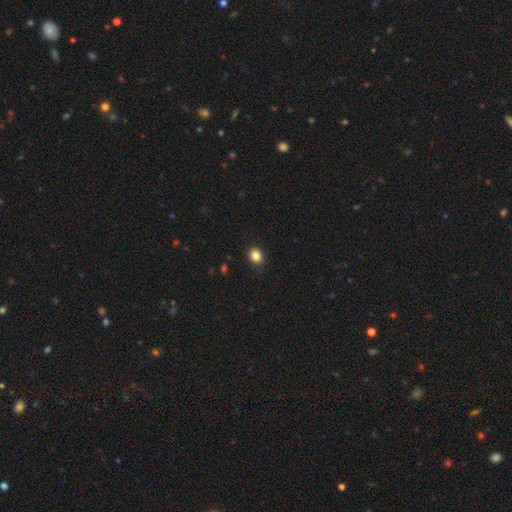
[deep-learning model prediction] Overall: smooth (84%). How rounded: round (65%; in between 34%). Merging: none (87%).